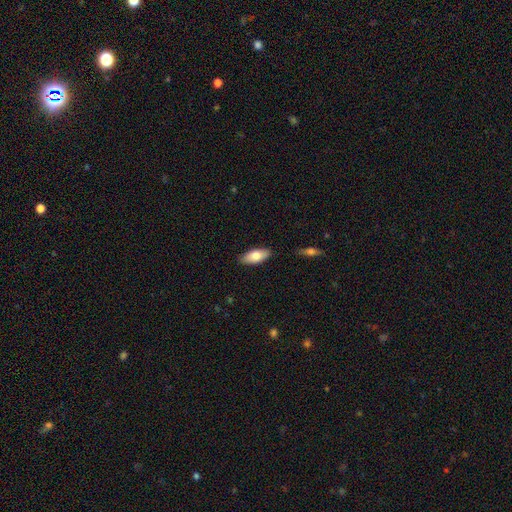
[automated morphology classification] Smooth or featured? Predicted: smooth (p=0.77). How rounded? Predicted: in between (p=0.86). Merging? Predicted: none (p=0.86).